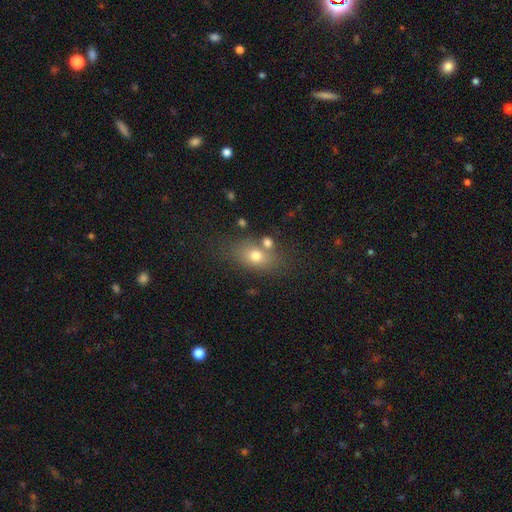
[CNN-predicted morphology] Smooth or featured? smooth (71%)
How rounded? in between (69%)
Merging? none (63%)